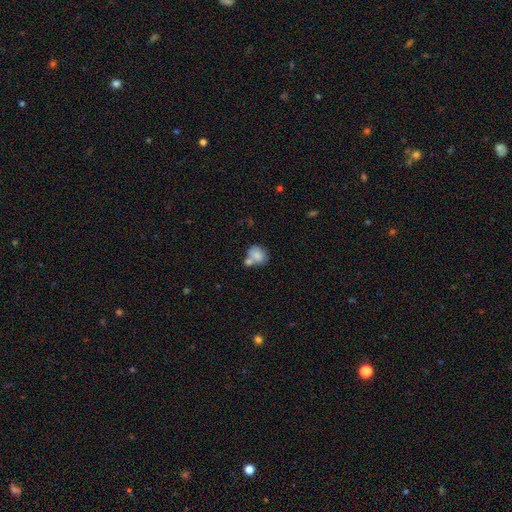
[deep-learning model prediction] Smooth or featured?
  - smooth: 81% *
  - featured or disk: 11%
  - star or artifact: 8%
How rounded?
  - round: 58% *
  - in between: 41%
  - cigar-shaped: 1%
Merging?
  - merger: 41% *
  - none: 40%
  - minor disturbance: 14%
  - major disturbance: 5%